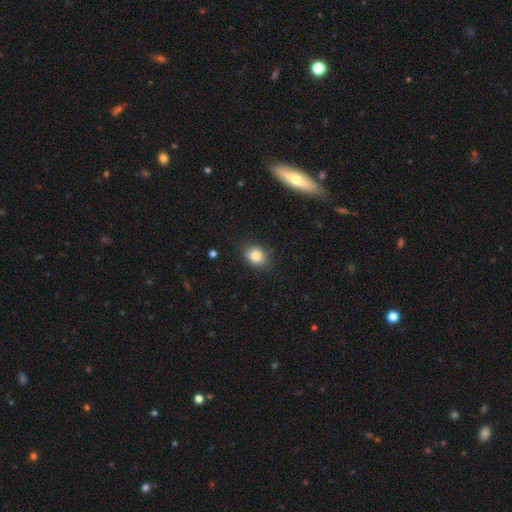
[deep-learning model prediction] smooth 83%, star or artifact 10%, featured or disk 7%. Down the decision tree: how rounded — round (51%); merging — none (84%).